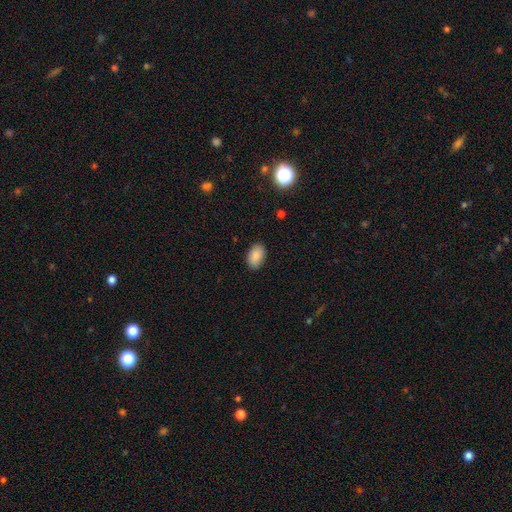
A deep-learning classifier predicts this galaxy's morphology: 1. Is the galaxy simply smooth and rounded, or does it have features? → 89% smooth, 7% star or artifact, 4% featured or disk.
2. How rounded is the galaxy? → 91% in between, 8% round, 1% cigar-shaped.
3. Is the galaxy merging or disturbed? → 88% none, 9% minor disturbance, 2% major disturbance, 1% merger.